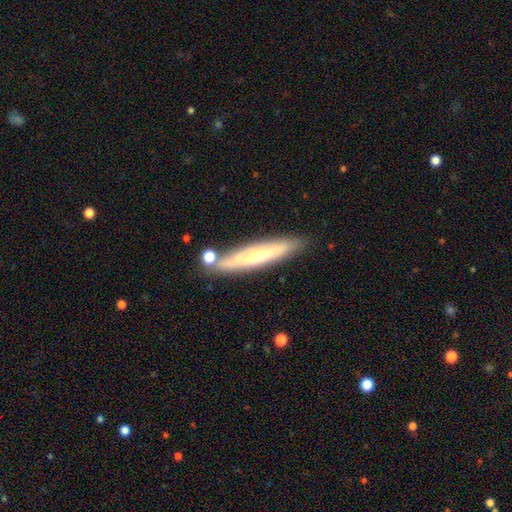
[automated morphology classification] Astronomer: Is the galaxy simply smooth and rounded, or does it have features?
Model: featured or disk — 48% (runner-up: smooth, 45%).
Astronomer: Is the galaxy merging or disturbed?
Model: none — 76%.